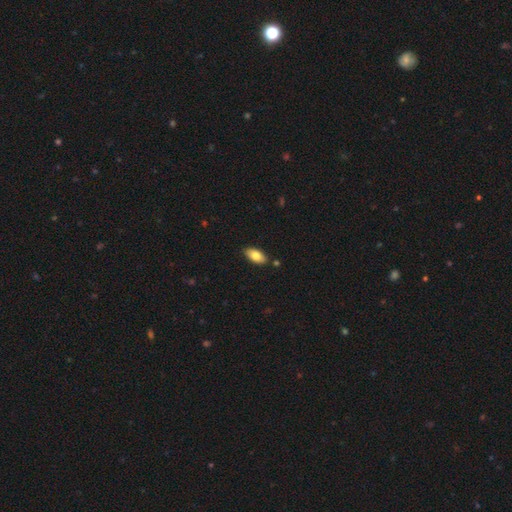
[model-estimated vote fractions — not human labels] Smooth or featured?
  - smooth: 76% *
  - featured or disk: 17%
  - star or artifact: 7%
How rounded?
  - in between: 90% *
  - cigar-shaped: 7%
  - round: 3%
Merging?
  - none: 86% *
  - minor disturbance: 10%
  - merger: 3%
  - major disturbance: 2%